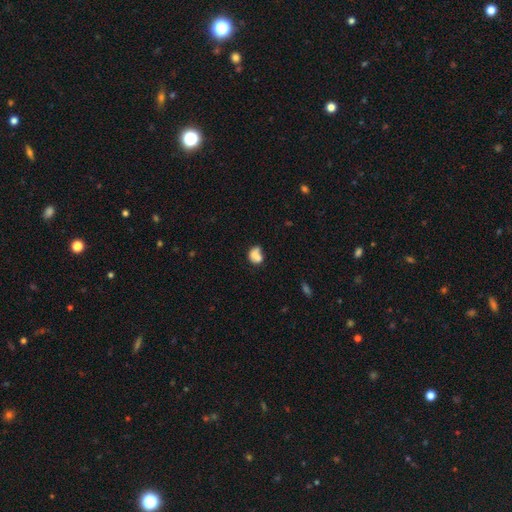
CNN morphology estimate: Q: Smooth or featured?
A: smooth (72%); runner-up: featured or disk (17%)
Q: How rounded?
A: in between (59%); runner-up: round (39%)
Q: Merging?
A: none (33%); runner-up: merger (28%)